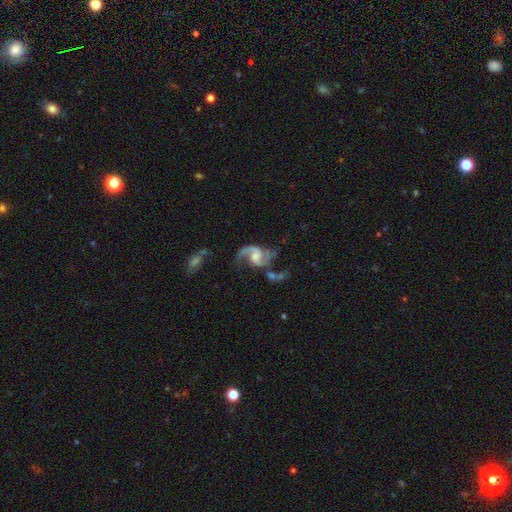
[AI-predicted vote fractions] Smooth or featured? Predicted: featured or disk (p=0.88). Edge-on disk? Predicted: no (p=0.98). Bar? Predicted: weak (p=0.46). Spiral arms? Predicted: yes (p=0.96). Spiral winding? Predicted: loose (p=0.53). Spiral arm count? Predicted: 2 (p=0.89). Bulge size? Predicted: moderate (p=0.40). Merging? Predicted: none (p=0.46).